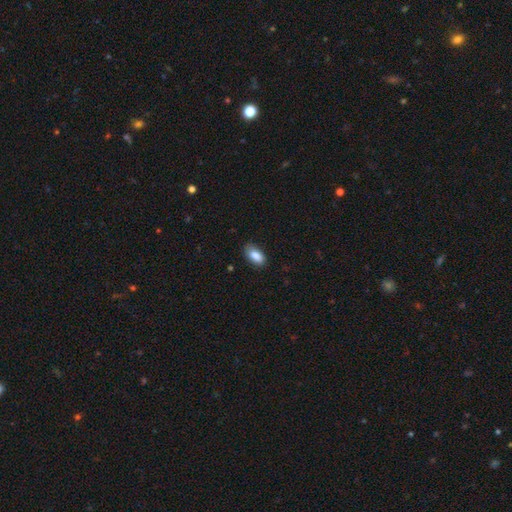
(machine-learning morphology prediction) smooth 87%, star or artifact 7%, featured or disk 6%. Down the decision tree: how rounded — in between (92%); merging — none (79%).